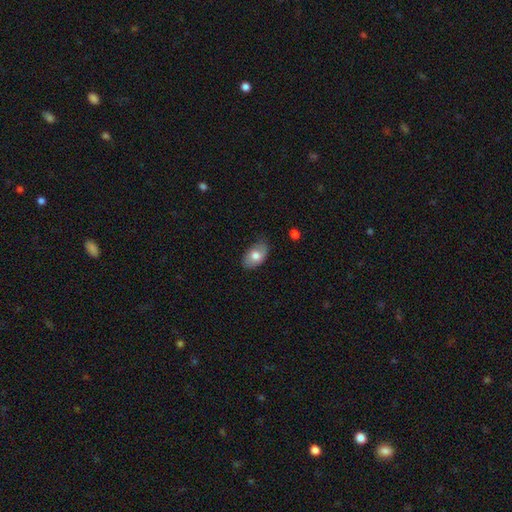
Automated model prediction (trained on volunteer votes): A smooth galaxy with no disk features (74%) that is in between round and cigar-shaped (90%).

Vote fractions:
- Smooth or featured? smooth: 74% / featured or disk: 19% / star or artifact: 7%
- How rounded? in between: 90% / round: 9% / cigar-shaped: 1%
- Merging? none: 69% / minor disturbance: 25% / major disturbance: 5% / merger: 1%